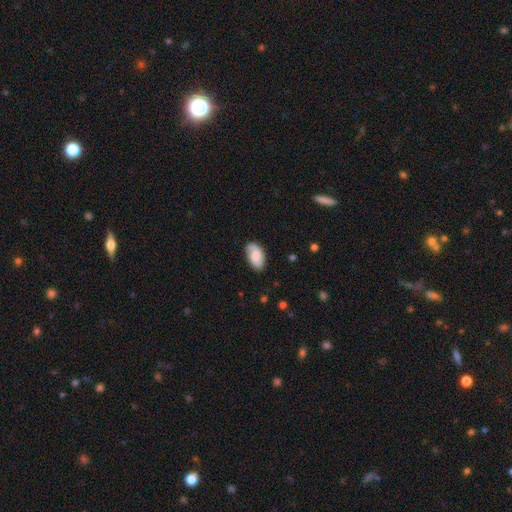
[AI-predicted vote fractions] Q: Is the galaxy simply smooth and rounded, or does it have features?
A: smooth — 57%.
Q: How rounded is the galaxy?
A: in between — 93%.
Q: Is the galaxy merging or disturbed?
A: none — 78%.